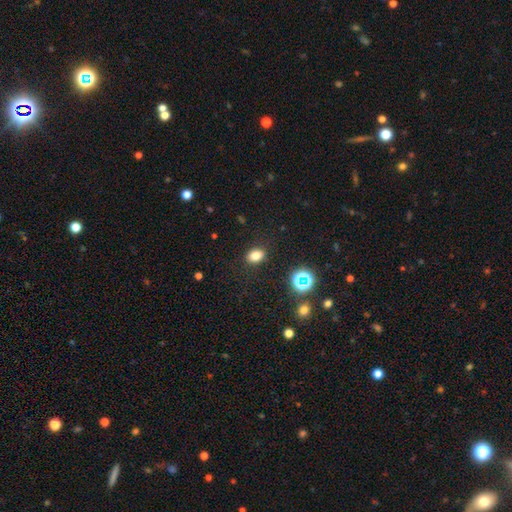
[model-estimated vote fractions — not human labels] Morphology: type=smooth (77%); roundness=in between (71%); merging=none (87%).